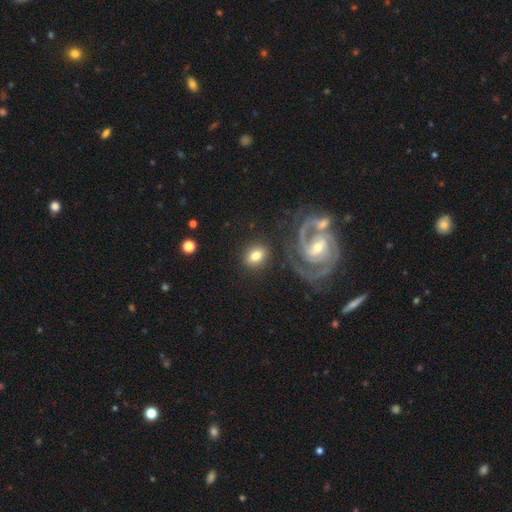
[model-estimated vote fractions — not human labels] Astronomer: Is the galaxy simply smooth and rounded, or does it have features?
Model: smooth — 66%.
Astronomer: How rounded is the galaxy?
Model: in between — 58% (runner-up: round, 40%).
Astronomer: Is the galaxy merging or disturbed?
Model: none — 79%.